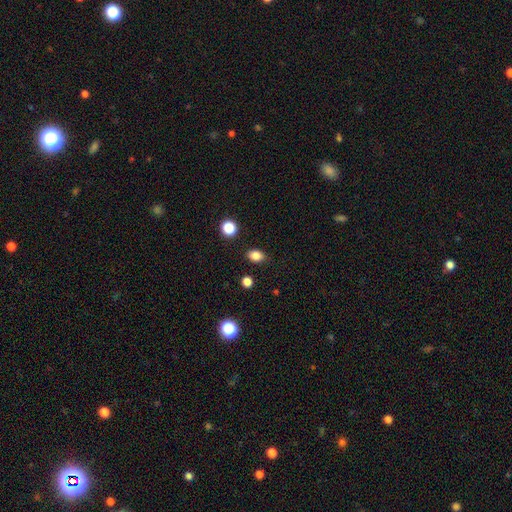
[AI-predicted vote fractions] Smooth or featured: smooth — 84% (star or artifact — 11%)
How rounded: in between — 72% (round — 27%)
Merging: none — 87% (minor disturbance — 9%)